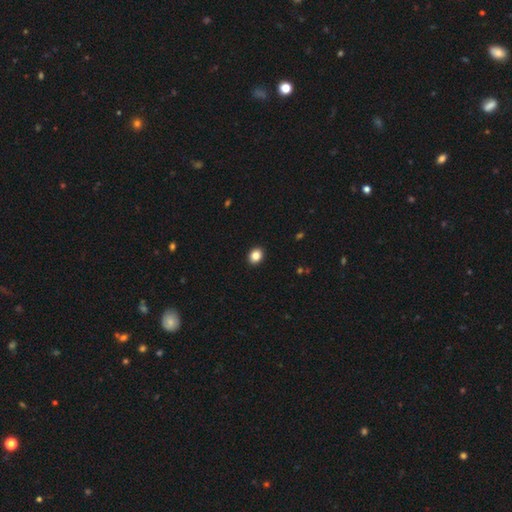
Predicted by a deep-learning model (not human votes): A smooth galaxy with no disk features (86%) that is round (51%). Merging: none (92%).